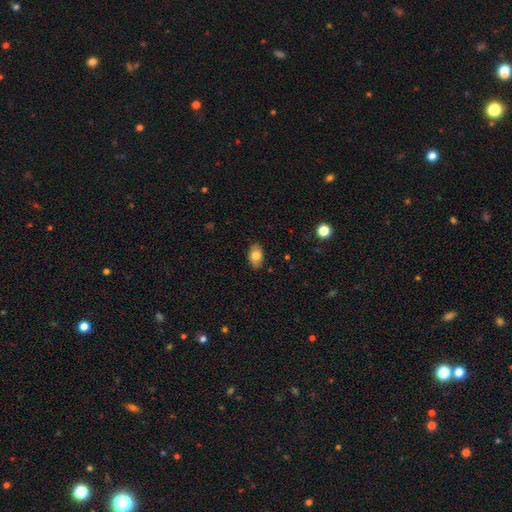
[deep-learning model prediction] This appears to be a smooth galaxy with no disk features (80%) that is in between round and cigar-shaped (88%). Merging: none (86%).